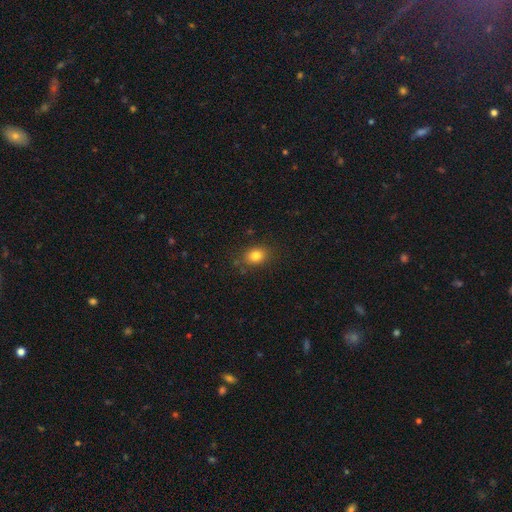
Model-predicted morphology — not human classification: The model was most divided on "how rounded": in between: 60%, round: 38%, cigar-shaped: 1%. More confident: merging — none (82%); smooth or featured — smooth (81%).